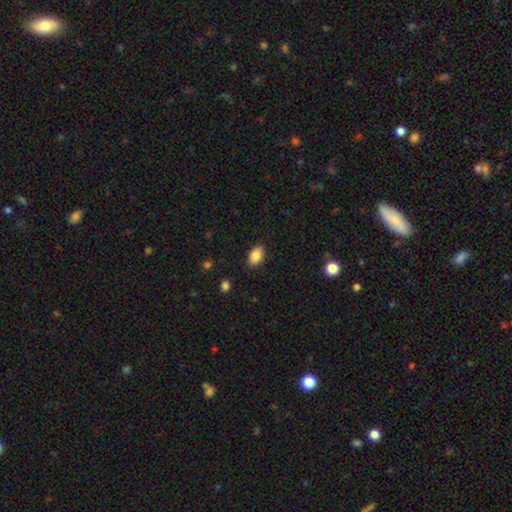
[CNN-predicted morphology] The model was most divided on "how rounded": in between: 88%, round: 11%, cigar-shaped: 1%. More confident: merging — none (87%); smooth or featured — smooth (87%).